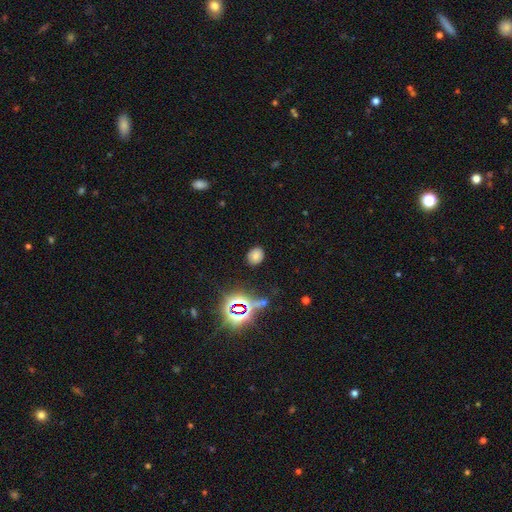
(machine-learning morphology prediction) Smooth or featured: smooth — 69% (star or artifact — 22%)
How rounded: round — 50% (in between — 49%)
Merging: none — 84% (minor disturbance — 11%)